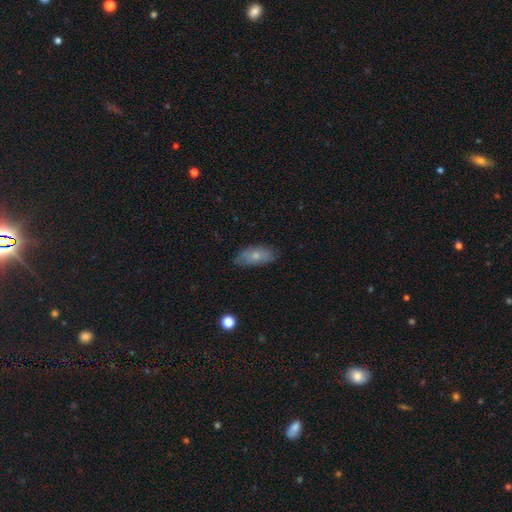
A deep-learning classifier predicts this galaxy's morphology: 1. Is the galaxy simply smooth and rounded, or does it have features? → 69% smooth, 24% featured or disk, 7% star or artifact.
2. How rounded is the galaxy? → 87% in between, 9% cigar-shaped, 3% round.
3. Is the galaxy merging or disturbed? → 75% none, 20% minor disturbance, 4% major disturbance, 1% merger.